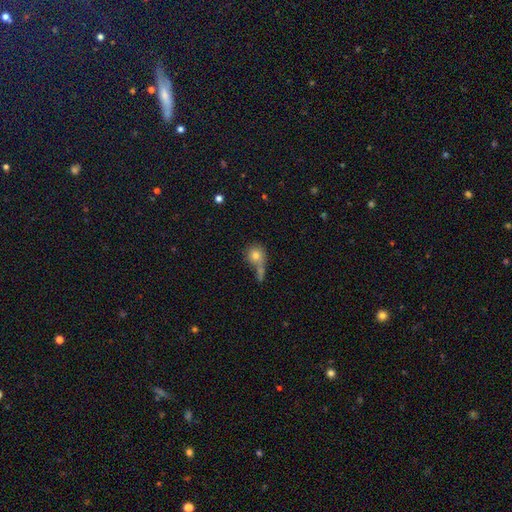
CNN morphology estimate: smooth_or_featured: smooth (p=0.76) [alt: featured or disk p=0.14]
how_rounded: round (p=0.83) [alt: in between p=0.15]
merging: merger (p=0.38) [tied with: none p=0.38]